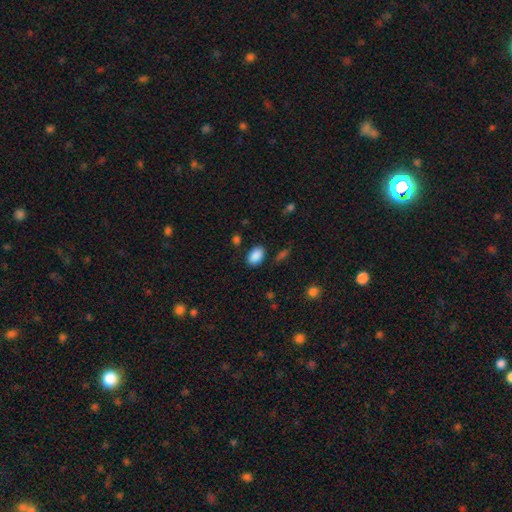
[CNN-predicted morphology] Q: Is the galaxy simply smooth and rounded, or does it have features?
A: smooth — 88%.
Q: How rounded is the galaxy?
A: in between — 86%.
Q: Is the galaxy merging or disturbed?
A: none — 83%.